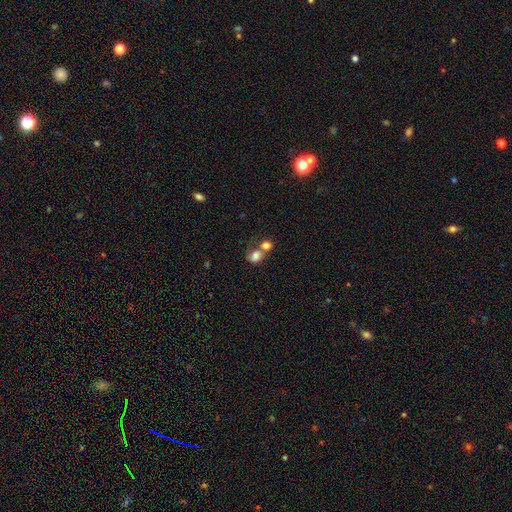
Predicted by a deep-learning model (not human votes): A smooth galaxy with no disk features (75%) that is round (49%, tied with in between). Merging: merger (61%).